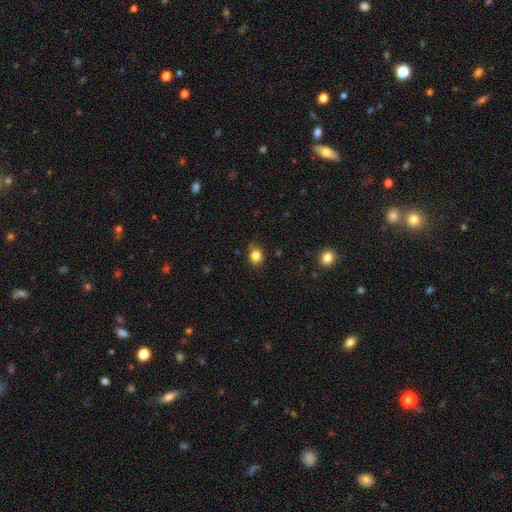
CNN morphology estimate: smooth 83%, star or artifact 12%, featured or disk 5%. Down the decision tree: how rounded — round (67%); merging — none (79%).